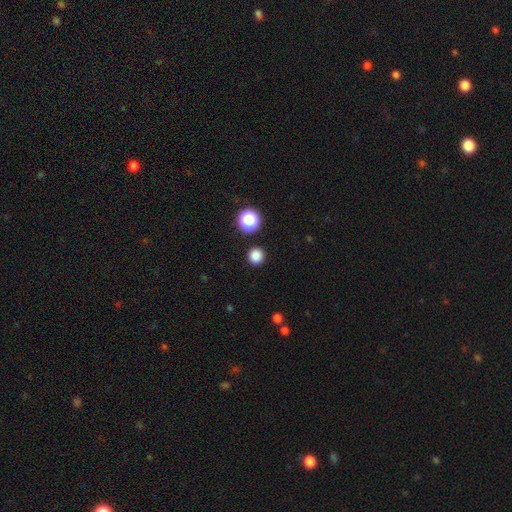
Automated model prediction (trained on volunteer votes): A smooth galaxy with no disk features (84%) that is round (94%).

Vote fractions:
- Smooth or featured? smooth: 84% / star or artifact: 13% / featured or disk: 3%
- How rounded? round: 94% / in between: 5% / cigar-shaped: 1%
- Merging? none: 92% / minor disturbance: 5% / major disturbance: 2% / merger: 2%